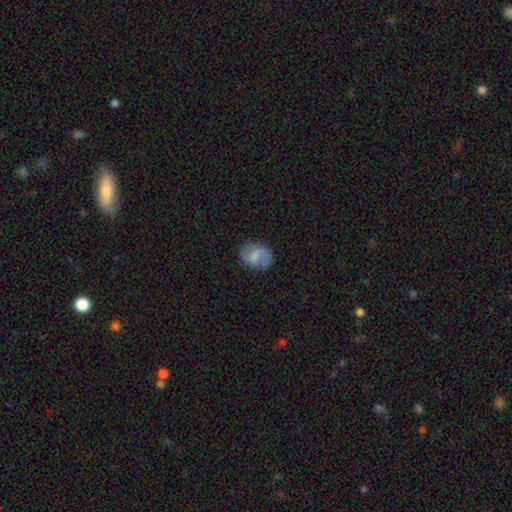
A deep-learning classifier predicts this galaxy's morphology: This appears to be a smooth galaxy with no disk features (47%). Merging: none (75%).